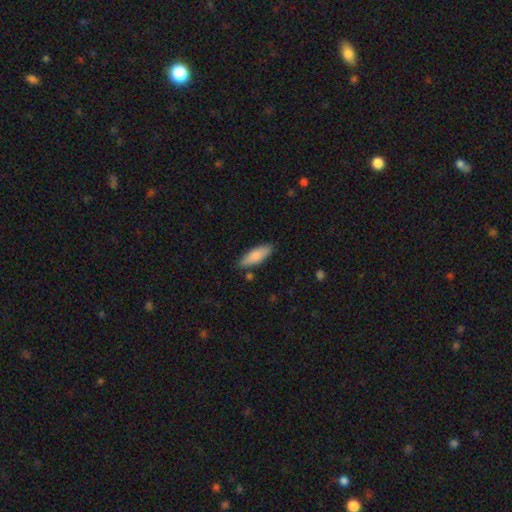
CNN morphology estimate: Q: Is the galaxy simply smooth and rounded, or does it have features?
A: smooth — 80%.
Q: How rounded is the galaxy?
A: in between — 58%.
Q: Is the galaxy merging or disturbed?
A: none — 83%.